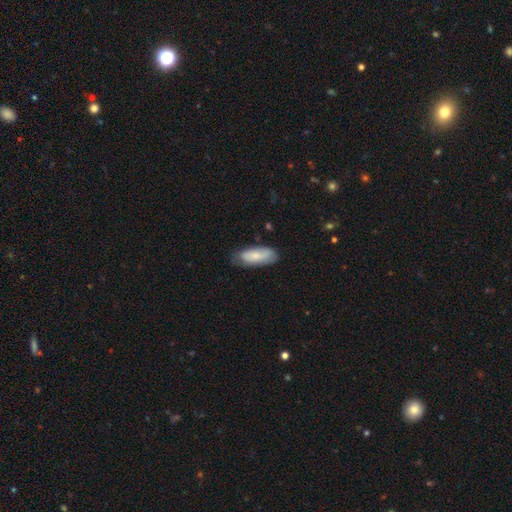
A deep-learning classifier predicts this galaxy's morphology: smooth 75%, featured or disk 19%, star or artifact 6%. Down the decision tree: how rounded — in between (77%); merging — none (67%).